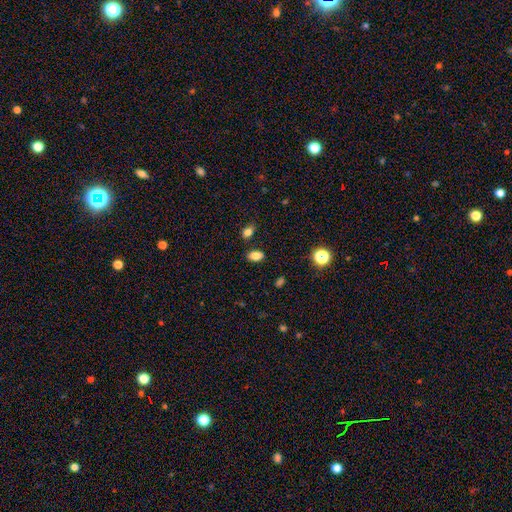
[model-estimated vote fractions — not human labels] Smooth or featured? Predicted: smooth (p=0.82). How rounded? Predicted: in between (p=0.88). Merging? Predicted: none (p=0.84).